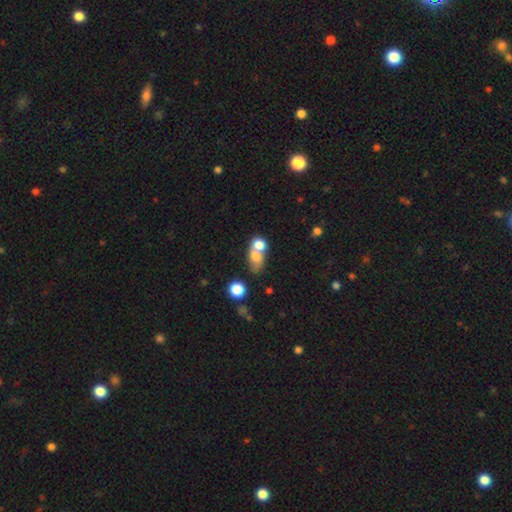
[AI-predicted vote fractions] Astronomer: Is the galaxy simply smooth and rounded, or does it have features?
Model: smooth — 70%.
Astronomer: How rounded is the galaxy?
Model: in between — 59% (runner-up: round, 38%).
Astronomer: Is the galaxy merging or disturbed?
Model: merger — 61%.